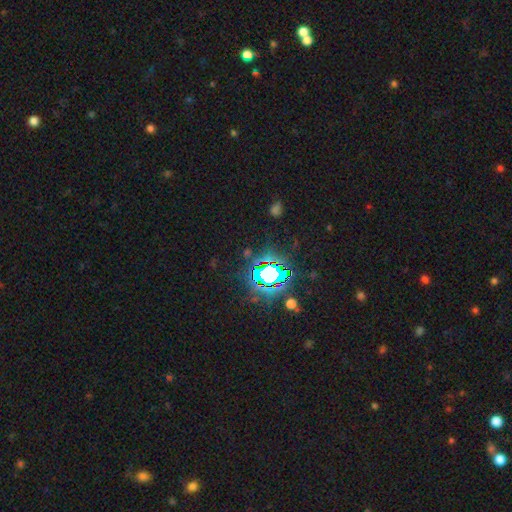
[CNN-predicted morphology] Smooth or featured? Predicted: star or artifact (p=0.84).